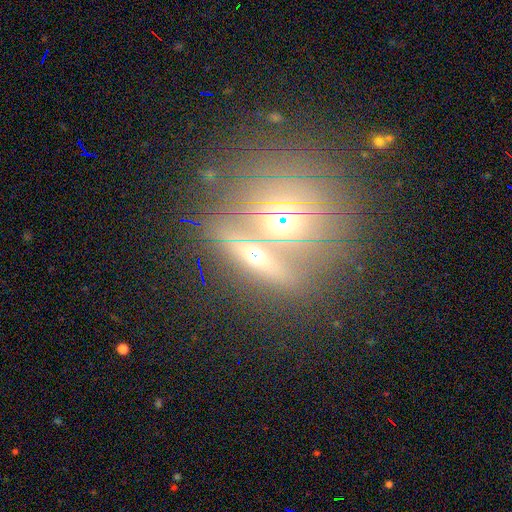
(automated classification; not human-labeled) A smooth galaxy with no disk features (36%).

Vote fractions:
- Smooth or featured? smooth: 36% / star or artifact: 35% / featured or disk: 28%
- Merging? none: 58% / merger: 25% / minor disturbance: 10% / major disturbance: 7%